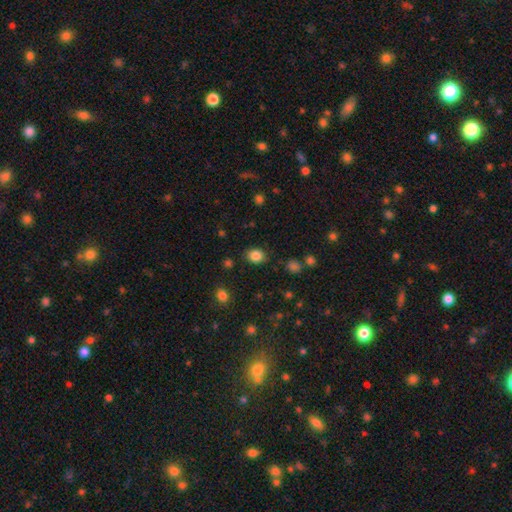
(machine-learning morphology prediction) Smooth or featured? Predicted: smooth (p=0.84). How rounded? Predicted: round (p=0.54). Merging? Predicted: none (p=0.85).